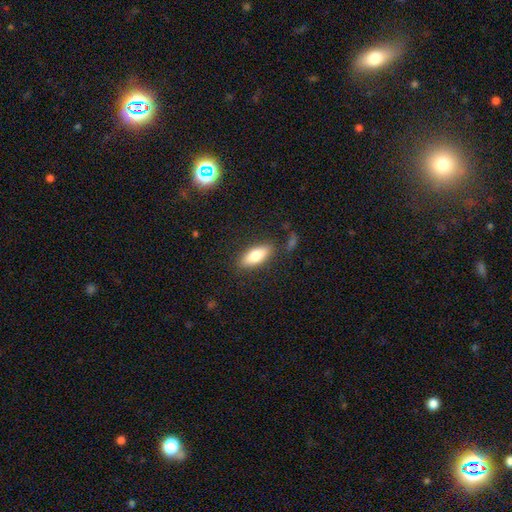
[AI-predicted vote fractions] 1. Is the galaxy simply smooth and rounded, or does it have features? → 78% smooth, 16% featured or disk, 6% star or artifact.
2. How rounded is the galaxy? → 75% in between, 23% cigar-shaped, 3% round.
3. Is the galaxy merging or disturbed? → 82% none, 12% minor disturbance, 3% major disturbance, 3% merger.